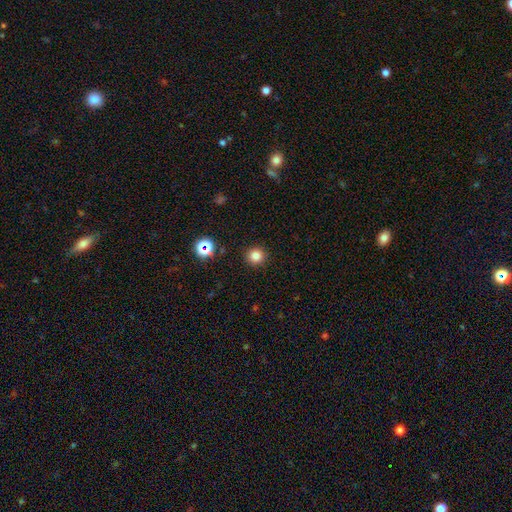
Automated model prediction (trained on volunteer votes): Q: Smooth or featured?
A: smooth (81%); runner-up: star or artifact (14%)
Q: How rounded?
A: round (94%); runner-up: in between (5%)
Q: Merging?
A: none (92%); runner-up: minor disturbance (5%)